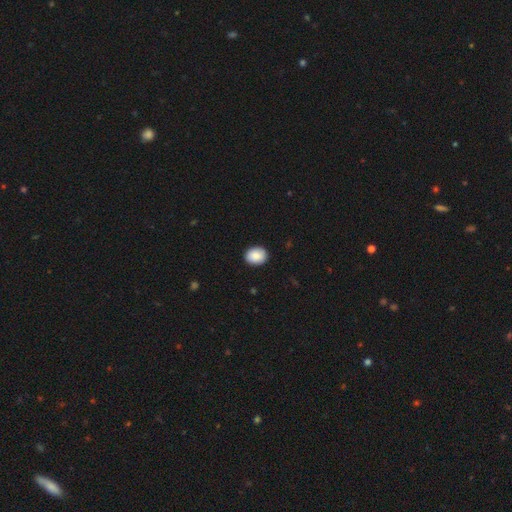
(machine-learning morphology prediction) Smooth or featured: smooth — 89% (star or artifact — 7%)
How rounded: in between — 54% (round — 45%)
Merging: none — 91% (minor disturbance — 7%)